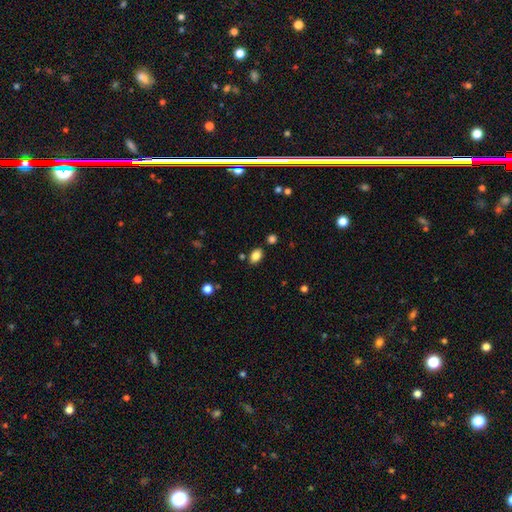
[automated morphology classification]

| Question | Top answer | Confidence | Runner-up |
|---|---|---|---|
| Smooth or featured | smooth | 85% | star or artifact (10%) |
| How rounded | in between | 82% | round (16%) |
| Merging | none | 82% | minor disturbance (10%) |